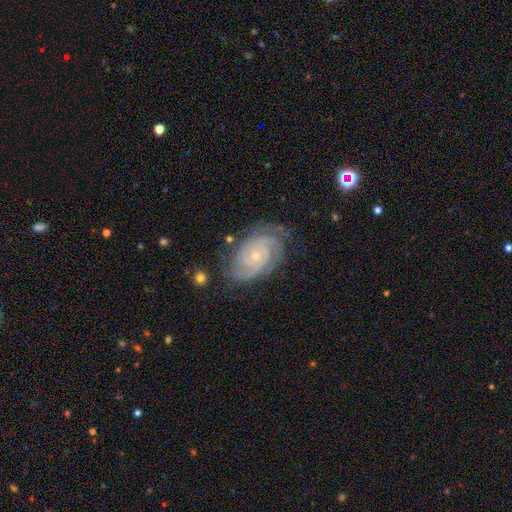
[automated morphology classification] Smooth or featured?
  - featured or disk: 88% *
  - smooth: 6%
  - star or artifact: 6%
Edge-on disk?
  - no: 97% *
  - yes: 3%
Bar?
  - no: 75% *
  - weak: 20%
  - strong: 5%
Spiral arms?
  - yes: 98% *
  - no: 2%
Spiral winding?
  - tight: 74% *
  - medium: 22%
  - loose: 4%
Spiral arm count?
  - 2: 38% *
  - 3: 24%
  - can't tell: 17%
  - 4: 11%
  - more than 4: 5%
  - 1: 5%
Bulge size?
  - small: 76% *
  - moderate: 20%
  - none: 2%
  - large: 1%
  - dominant: 1%
Merging?
  - none: 75% *
  - minor disturbance: 18%
  - major disturbance: 6%
  - merger: 2%